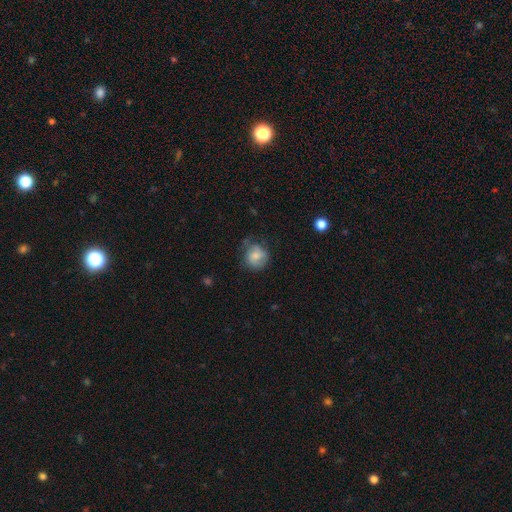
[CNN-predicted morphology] A smooth galaxy with no disk features (71%) that is round (78%). Merging: none (53%).